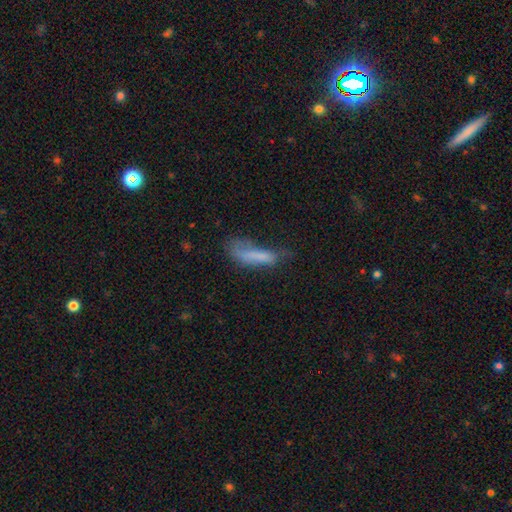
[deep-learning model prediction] Smooth or featured?
  - smooth: 69% *
  - featured or disk: 21%
  - star or artifact: 11%
How rounded?
  - cigar-shaped: 65% *
  - in between: 33%
  - round: 2%
Merging?
  - none: 33% *
  - major disturbance: 32%
  - minor disturbance: 30%
  - merger: 6%